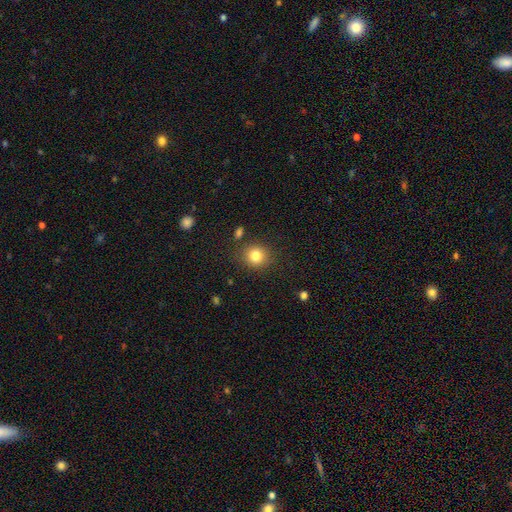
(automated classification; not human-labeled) smooth_or_featured: smooth (p=0.82) [alt: star or artifact p=0.11]
how_rounded: round (p=0.82) [alt: in between p=0.17]
merging: none (p=0.84) [alt: minor disturbance p=0.09]